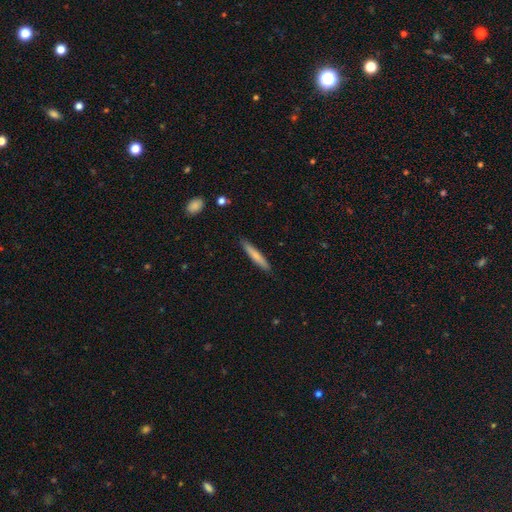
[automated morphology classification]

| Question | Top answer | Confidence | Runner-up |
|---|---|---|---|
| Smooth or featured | smooth | 73% | featured or disk (21%) |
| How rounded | cigar-shaped | 94% | in between (5%) |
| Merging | none | 89% | minor disturbance (8%) |